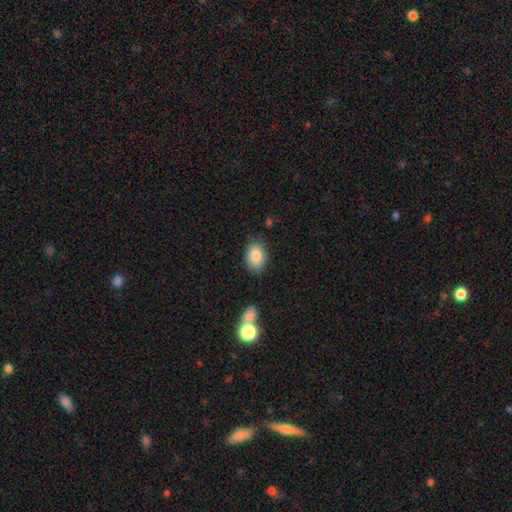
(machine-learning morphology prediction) A smooth galaxy with no disk features (85%) that is in between round and cigar-shaped (81%).

Vote fractions:
- Smooth or featured? smooth: 85% / star or artifact: 8% / featured or disk: 7%
- How rounded? in between: 81% / round: 18% / cigar-shaped: 1%
- Merging? none: 78% / minor disturbance: 16% / major disturbance: 3% / merger: 3%